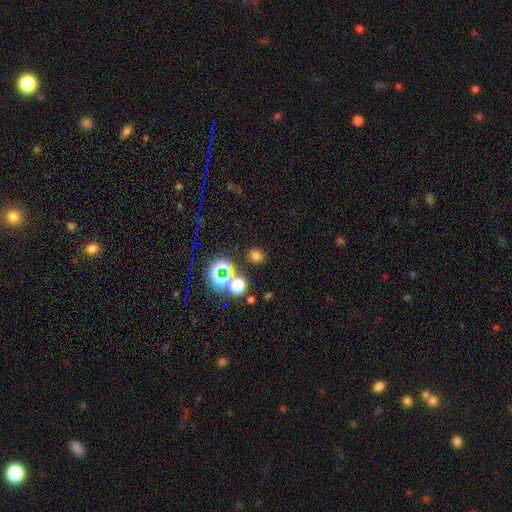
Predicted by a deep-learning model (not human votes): smooth-or-featured: smooth: 64% | star or artifact: 30% | featured or disk: 6%
  how-rounded: round: 75% | in between: 24% | cigar-shaped: 1%
  merging: none: 84% | minor disturbance: 8% | merger: 5% | major disturbance: 3%